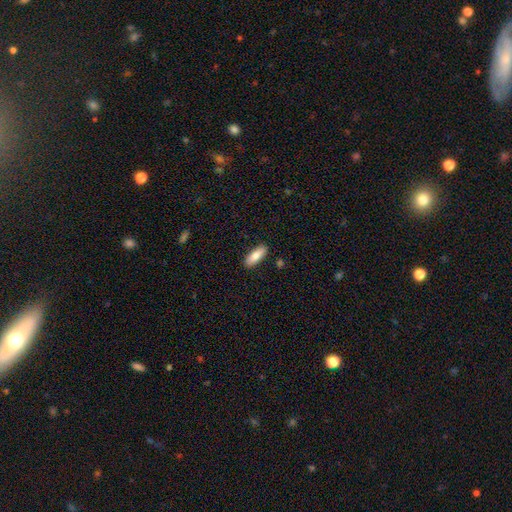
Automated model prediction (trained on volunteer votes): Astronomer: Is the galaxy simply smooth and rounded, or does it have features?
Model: smooth — 83%.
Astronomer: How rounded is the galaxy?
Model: in between — 66%.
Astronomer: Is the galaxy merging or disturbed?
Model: none — 88%.